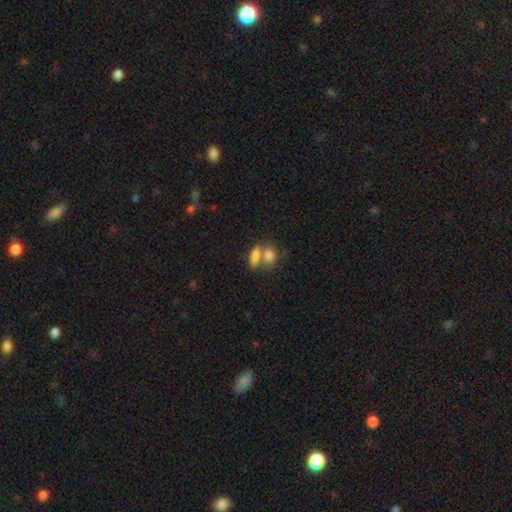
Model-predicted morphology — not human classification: smooth 77%, featured or disk 14%, star or artifact 8%. Down the decision tree: how rounded — in between (66%); merging — merger (47%).